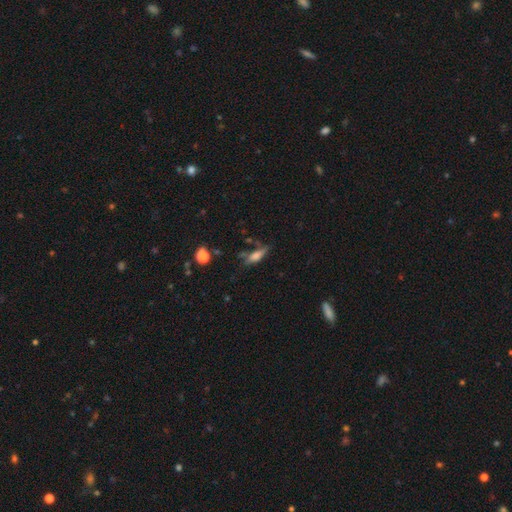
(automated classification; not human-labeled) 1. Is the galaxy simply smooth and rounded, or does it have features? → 67% smooth, 23% featured or disk, 10% star or artifact.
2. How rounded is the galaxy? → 51% in between, 46% cigar-shaped, 3% round.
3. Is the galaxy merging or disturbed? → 52% none, 26% minor disturbance, 12% major disturbance, 9% merger.